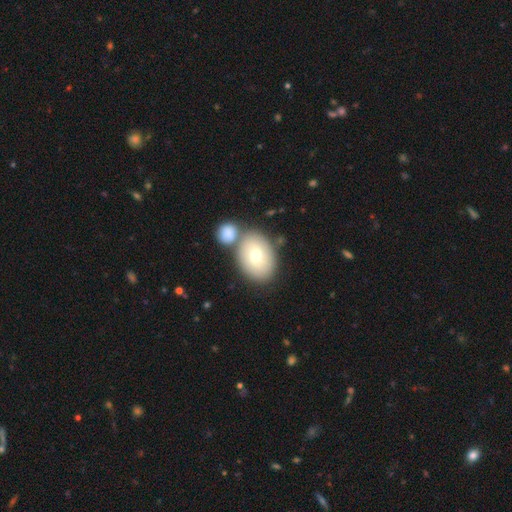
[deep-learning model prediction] Smooth or featured: smooth — 65% (featured or disk — 28%)
How rounded: in between — 74% (round — 24%)
Merging: none — 55% (merger — 30%)